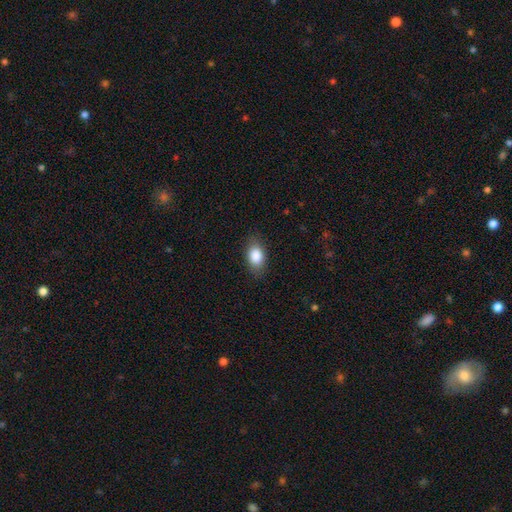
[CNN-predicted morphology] smooth 86%, star or artifact 8%, featured or disk 7%. Down the decision tree: how rounded — in between (87%); merging — none (83%).